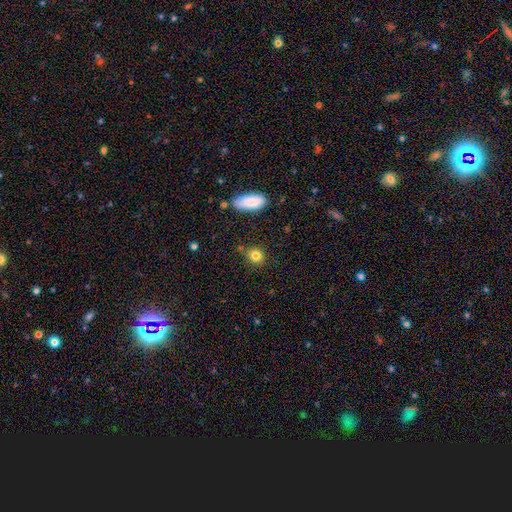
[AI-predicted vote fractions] A smooth galaxy with no disk features (84%) that is round (76%). Merging: none (80%).